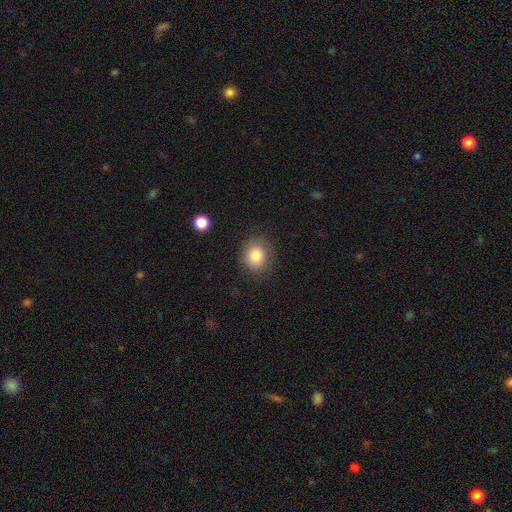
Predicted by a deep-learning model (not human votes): smooth_or_featured: smooth (p=0.82) [alt: star or artifact p=0.10]
how_rounded: round (p=0.71) [alt: in between p=0.28]
merging: none (p=0.82) [alt: minor disturbance p=0.12]